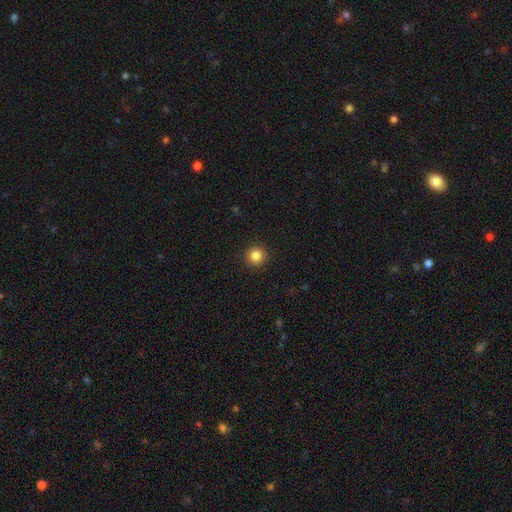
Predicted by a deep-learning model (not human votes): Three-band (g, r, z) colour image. It shows a smooth galaxy with no disk features (85%) that is round (94%). Merging: none (92%).